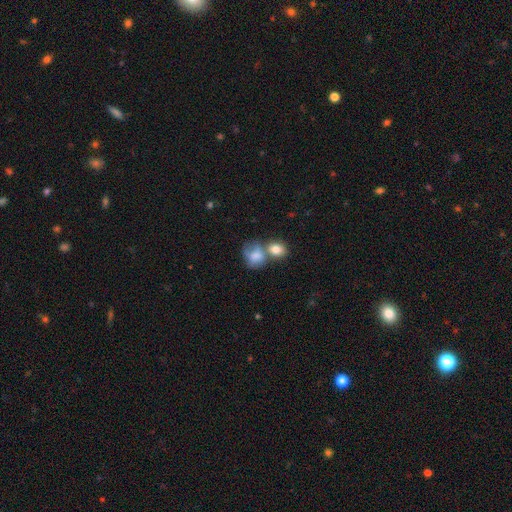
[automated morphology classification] Q: Smooth or featured?
A: smooth (74%); runner-up: featured or disk (18%)
Q: How rounded?
A: round (53%); runner-up: in between (46%)
Q: Merging?
A: merger (50%); runner-up: none (27%)